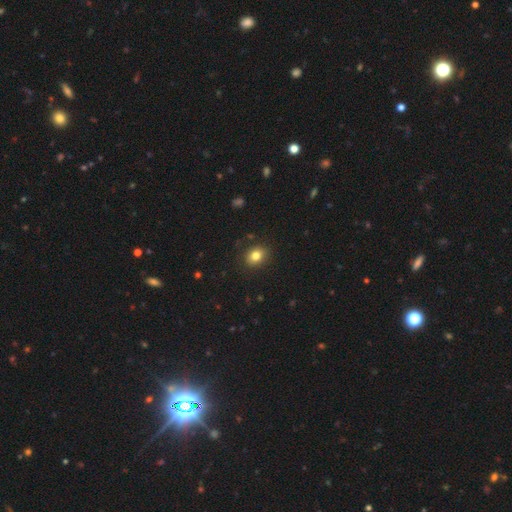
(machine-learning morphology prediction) Overall: smooth (82%). How rounded: round (52%; in between 48%). Merging: none (88%).